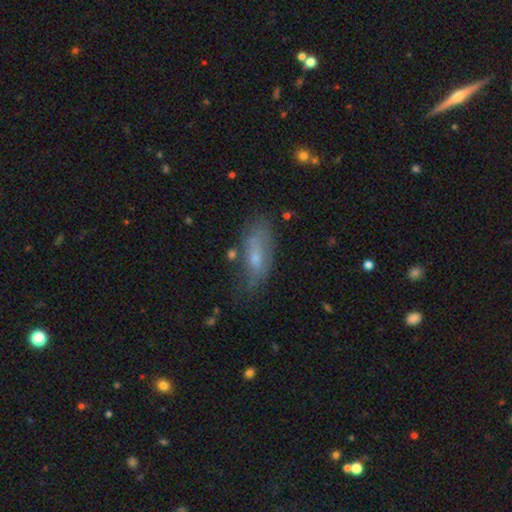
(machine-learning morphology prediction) Overall: smooth (56%; featured or disk 35%). How rounded: in between (68%; cigar-shaped 29%). Merging: none (56%; minor disturbance 27%).